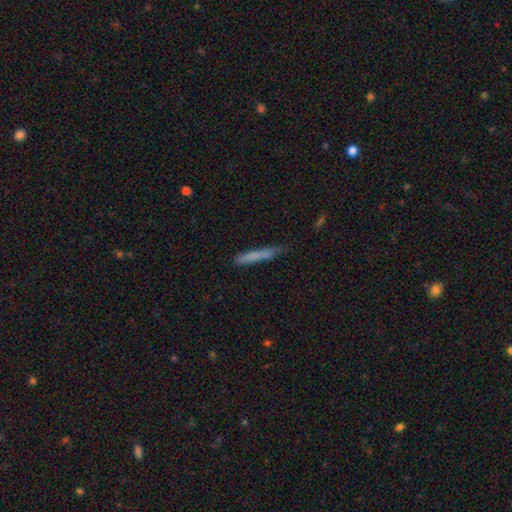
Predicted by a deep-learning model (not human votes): The model was most divided on "merging": none: 71%, minor disturbance: 22%, major disturbance: 4%, merger: 2%. More confident: how rounded — cigar-shaped (95%); smooth or featured — smooth (73%).